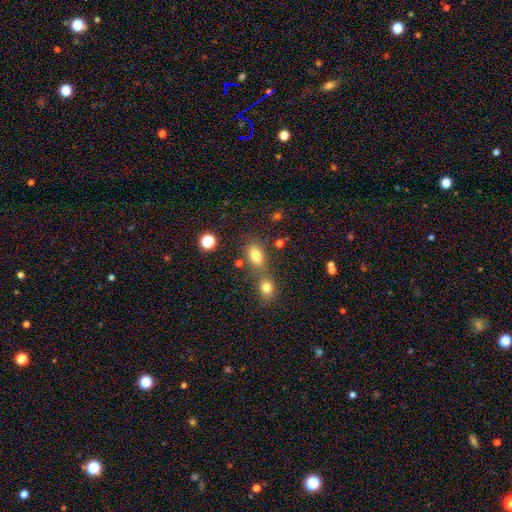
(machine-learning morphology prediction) A smooth galaxy with no disk features (78%) that is in between round and cigar-shaped (81%). Merging: none (56%).